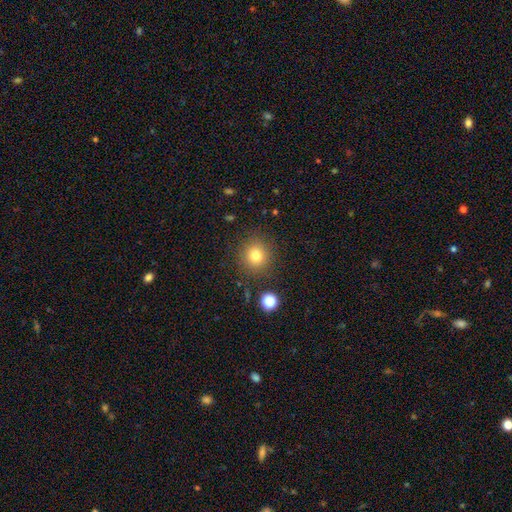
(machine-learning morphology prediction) Smooth or featured? smooth (79%)
How rounded? round (91%)
Merging? none (87%)